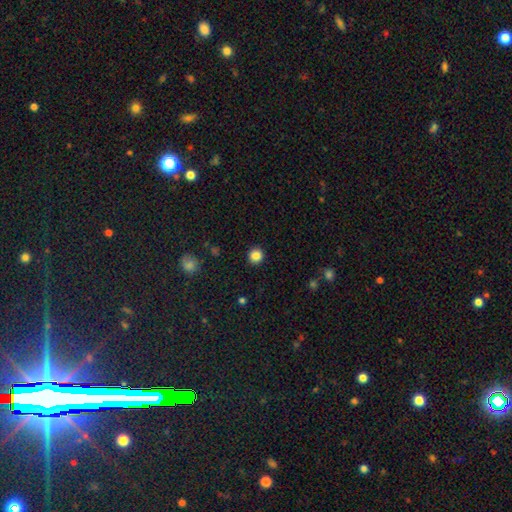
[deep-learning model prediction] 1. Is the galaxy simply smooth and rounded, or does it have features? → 84% smooth, 12% star or artifact, 4% featured or disk.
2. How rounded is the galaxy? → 93% round, 6% in between, 1% cigar-shaped.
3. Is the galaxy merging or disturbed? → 92% none, 5% minor disturbance, 2% major disturbance, 1% merger.